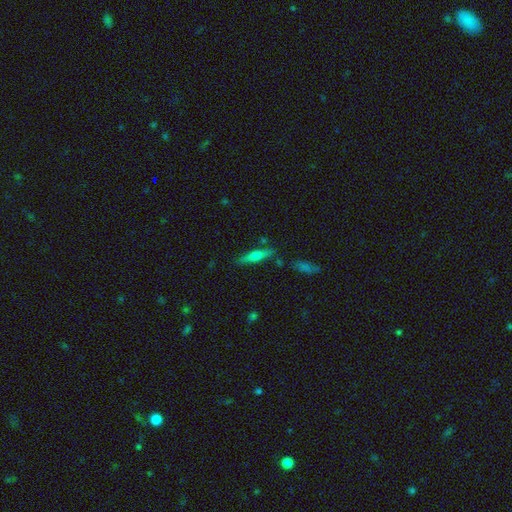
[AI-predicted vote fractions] Smooth or featured?
  - smooth: 50% *
  - featured or disk: 42%
  - star or artifact: 8%
How rounded?
  - cigar-shaped: 78% *
  - in between: 20%
  - round: 2%
Merging?
  - none: 78% *
  - minor disturbance: 12%
  - merger: 7%
  - major disturbance: 3%